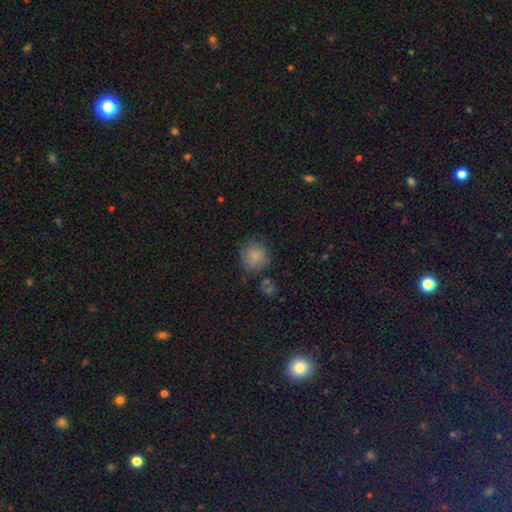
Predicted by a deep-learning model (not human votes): Q: Smooth or featured?
A: smooth (82%); runner-up: star or artifact (9%)
Q: How rounded?
A: round (87%); runner-up: in between (12%)
Q: Merging?
A: none (71%); runner-up: minor disturbance (18%)